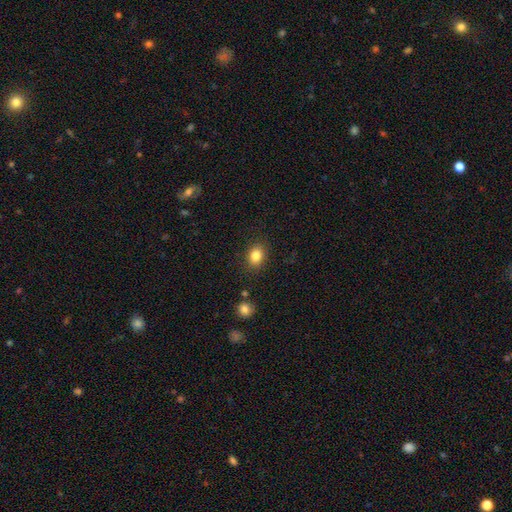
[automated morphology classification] A smooth galaxy with no disk features (84%) that is in between round and cigar-shaped (60%). Merging: none (85%).